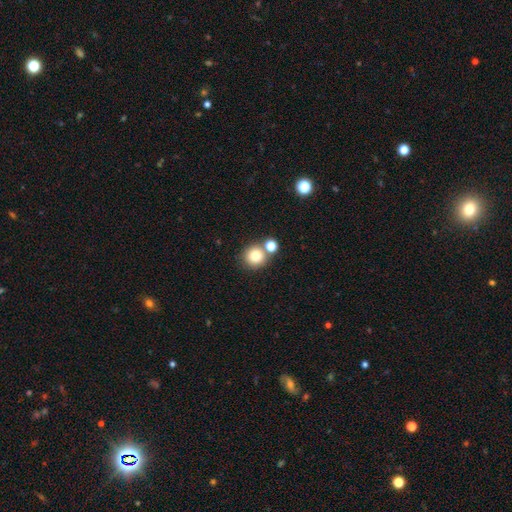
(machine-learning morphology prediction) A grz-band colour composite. It shows a smooth galaxy with no disk features (79%) that is round (91%). Merging: none (67%).